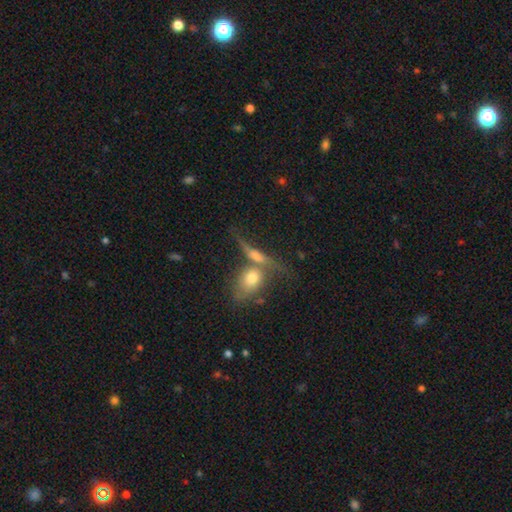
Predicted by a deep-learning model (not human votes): smooth-or-featured: smooth: 48% | featured or disk: 42% | star or artifact: 10%
  merging: merger: 47% | none: 32% | minor disturbance: 12% | major disturbance: 9%